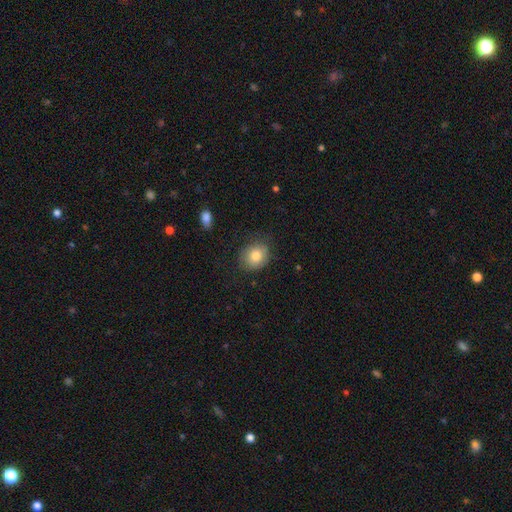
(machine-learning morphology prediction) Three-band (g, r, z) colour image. It shows a smooth galaxy with no disk features (80%) that is round (67%). Merging: none (77%).